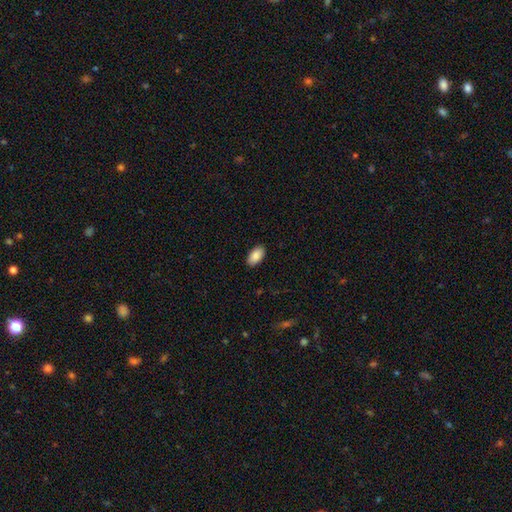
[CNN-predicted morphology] A smooth galaxy with no disk features (88%) that is in between round and cigar-shaped (95%). Merging: none (90%).